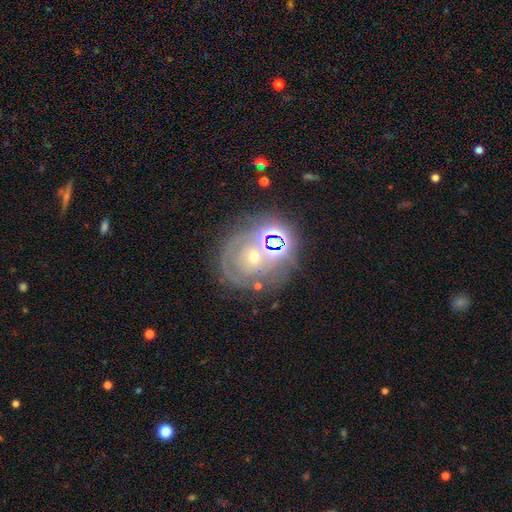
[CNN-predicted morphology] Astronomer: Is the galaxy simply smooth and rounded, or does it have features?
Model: featured or disk — 67%.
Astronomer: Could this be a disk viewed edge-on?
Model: no — 97%.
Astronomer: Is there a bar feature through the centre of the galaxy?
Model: no — 76%.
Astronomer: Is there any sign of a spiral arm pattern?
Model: yes — 78%.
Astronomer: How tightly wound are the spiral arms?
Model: tight — 73%.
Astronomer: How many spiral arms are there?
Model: can't tell — 41% (runner-up: 2, 26%).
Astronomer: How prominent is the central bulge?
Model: small — 60%.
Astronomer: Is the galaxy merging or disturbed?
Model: none — 67%.